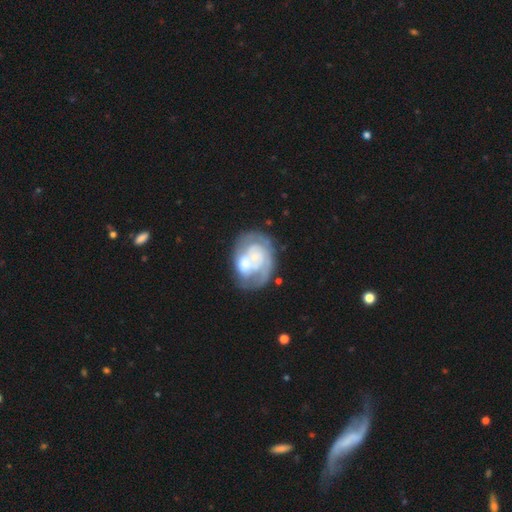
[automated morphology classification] Smooth or featured? featured or disk (69%)
Edge-on disk? no (98%)
Bar? no (84%)
Spiral arms? yes (58%)
Bulge size? small (38%)
Merging? none (37%)